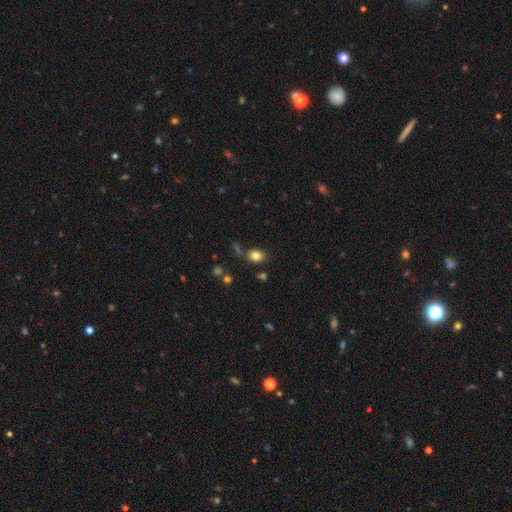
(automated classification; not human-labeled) Q: Smooth or featured?
A: smooth (82%); runner-up: star or artifact (11%)
Q: How rounded?
A: in between (66%); runner-up: round (33%)
Q: Merging?
A: none (73%); runner-up: minor disturbance (14%)